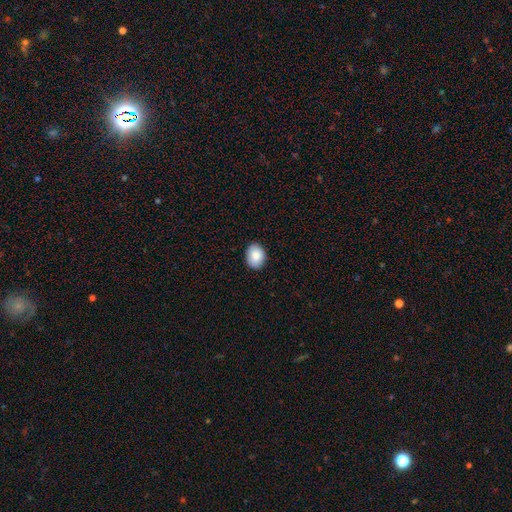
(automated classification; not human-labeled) This appears to be a smooth galaxy with no disk features (87%) that is in between round and cigar-shaped (62%). Merging: none (88%).